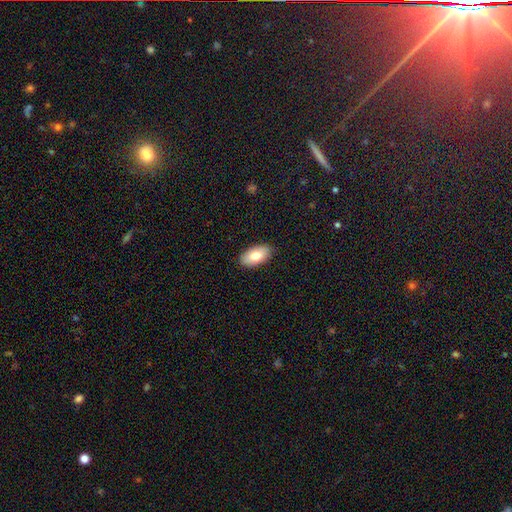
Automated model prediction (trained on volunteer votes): Smooth or featured: smooth — 78% (featured or disk — 16%)
How rounded: in between — 95% (round — 3%)
Merging: none — 89% (minor disturbance — 8%)